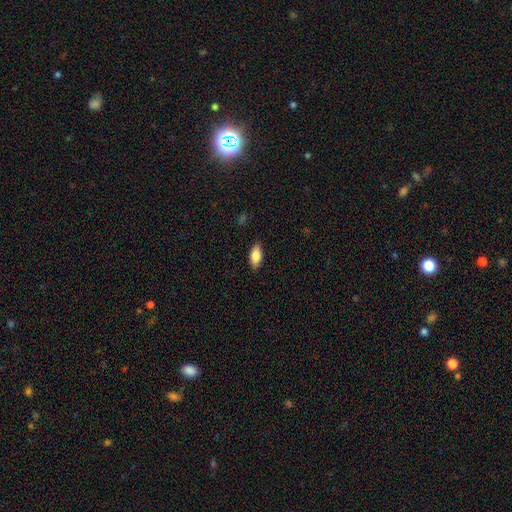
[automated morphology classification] Overall: smooth (83%). How rounded: in between (86%). Merging: none (87%).